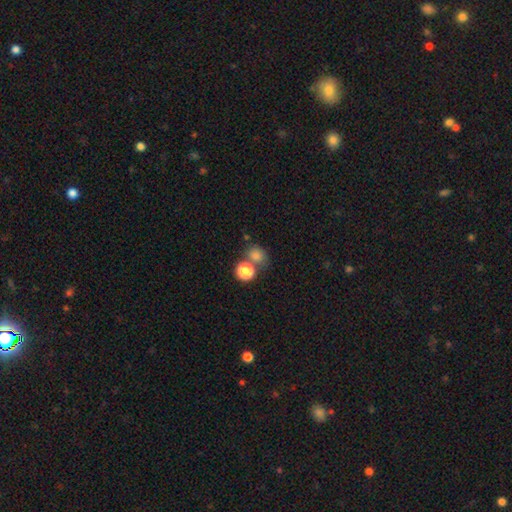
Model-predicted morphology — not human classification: type=smooth (78%); roundness=round (67%); merging=none (54%).